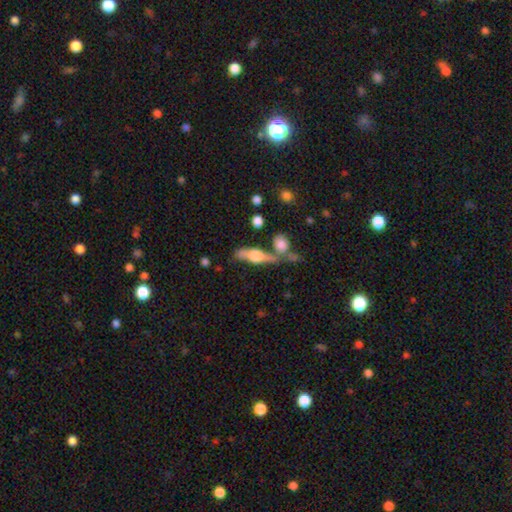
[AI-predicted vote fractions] The model was most divided on "smooth or featured": featured or disk: 54%, smooth: 38%, star or artifact: 7%. More confident: edge-on disk — yes (84%); merging — none (55%).